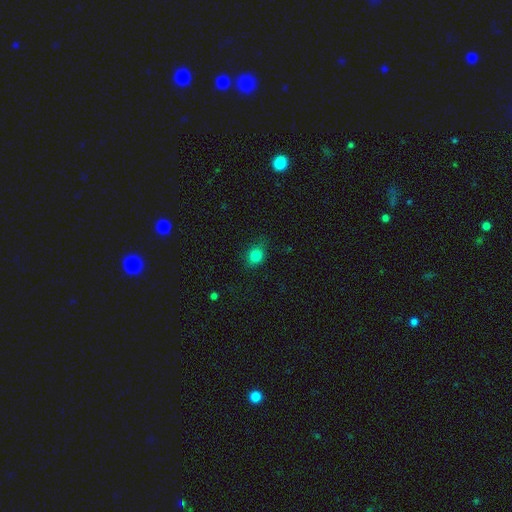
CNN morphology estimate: Smooth or featured: smooth — 81% (star or artifact — 12%)
How rounded: round — 59% (in between — 40%)
Merging: none — 75% (minor disturbance — 19%)